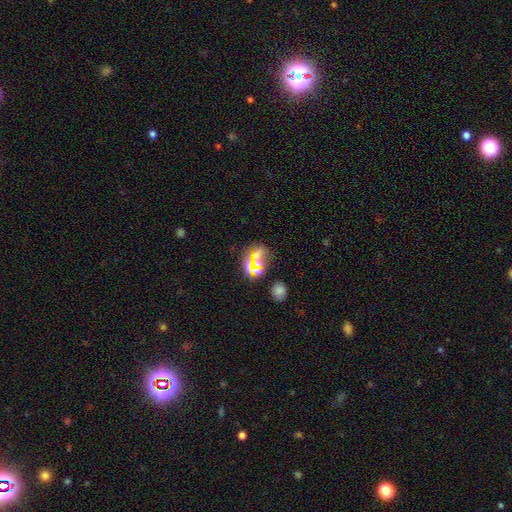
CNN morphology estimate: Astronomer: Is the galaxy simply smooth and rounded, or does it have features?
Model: star or artifact — 51% (runner-up: smooth, 37%).